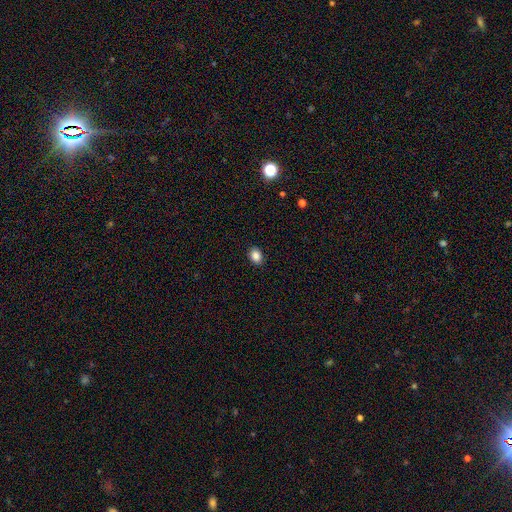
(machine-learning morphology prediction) Smooth or featured? Predicted: smooth (p=0.87). How rounded? Predicted: in between (p=0.68). Merging? Predicted: none (p=0.90).